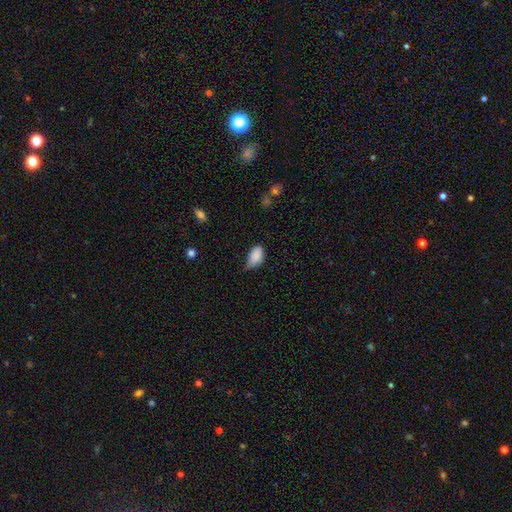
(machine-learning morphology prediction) smooth-or-featured: smooth: 87% | star or artifact: 7% | featured or disk: 6%
  how-rounded: in between: 92% | round: 6% | cigar-shaped: 2%
  merging: minor disturbance: 49% | none: 36% | major disturbance: 12% | merger: 2%